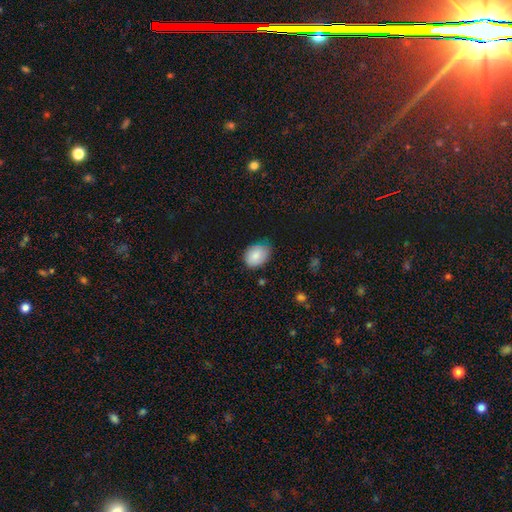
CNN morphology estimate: Smooth or featured? Predicted: smooth (p=0.84). How rounded? Predicted: in between (p=0.71). Merging? Predicted: none (p=0.66).